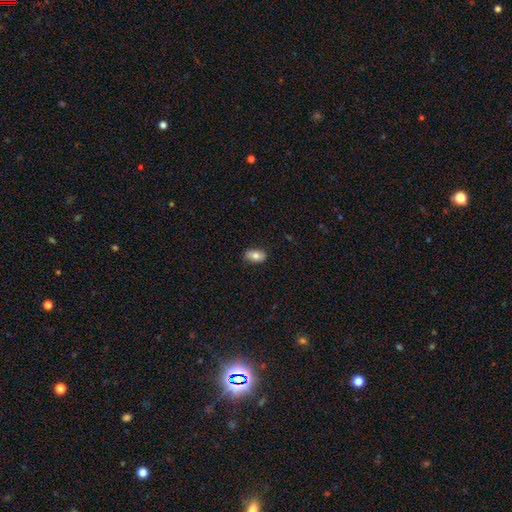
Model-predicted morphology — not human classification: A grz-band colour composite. It shows a smooth galaxy with no disk features (79%) that is in between round and cigar-shaped (90%). Merging: none (86%).